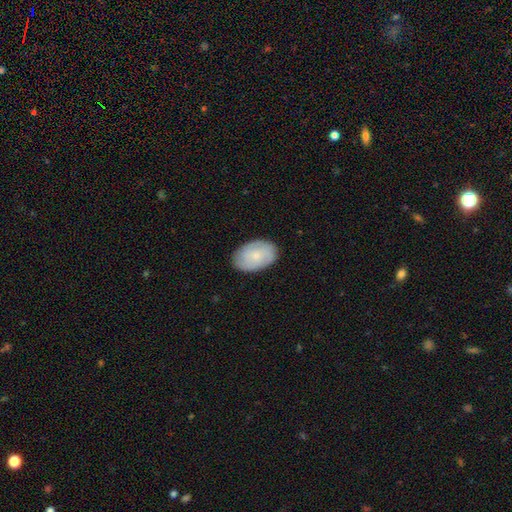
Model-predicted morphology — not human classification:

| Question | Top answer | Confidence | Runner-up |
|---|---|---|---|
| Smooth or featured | smooth | 59% | featured or disk (35%) |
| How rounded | in between | 89% | round (10%) |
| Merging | none | 83% | minor disturbance (13%) |